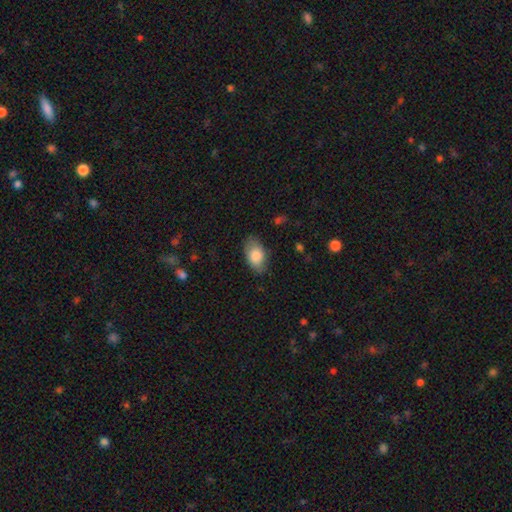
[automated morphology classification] Smooth or featured: smooth — 84% (featured or disk — 10%)
How rounded: in between — 91% (round — 7%)
Merging: none — 76% (minor disturbance — 19%)